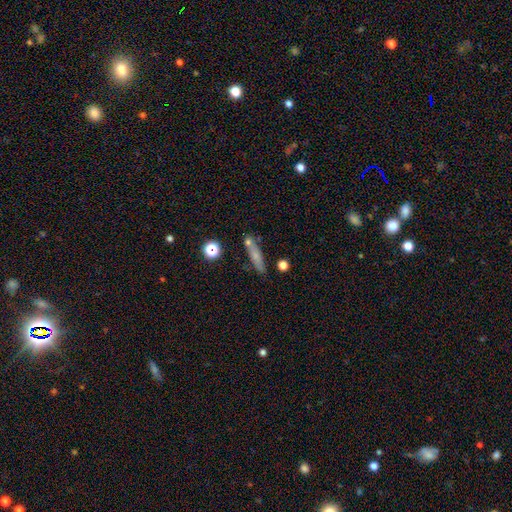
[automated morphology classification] A smooth galaxy with no disk features (65%) that is cigar-shaped (74%). Merging: none (70%).